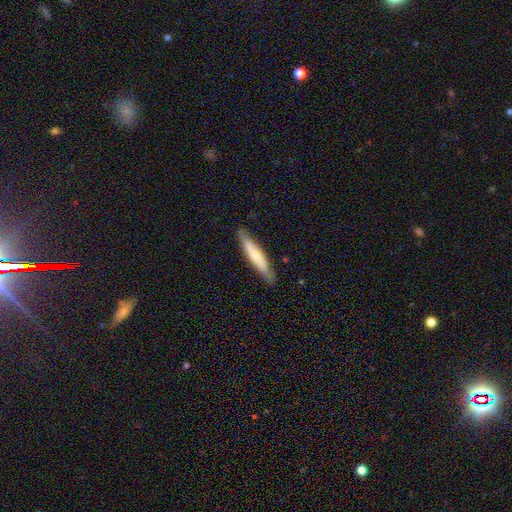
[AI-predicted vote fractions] smooth-or-featured: smooth: 57% | featured or disk: 38% | star or artifact: 5%
  how-rounded: cigar-shaped: 88% | in between: 11% | round: 1%
  merging: none: 83% | minor disturbance: 14% | major disturbance: 2% | merger: 1%